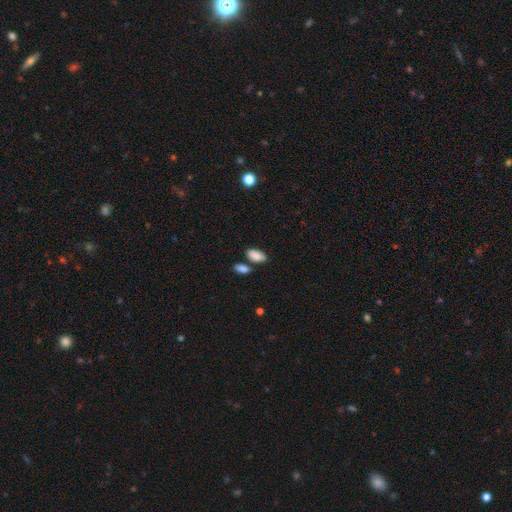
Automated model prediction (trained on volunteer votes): Q: Smooth or featured?
A: smooth (87%); runner-up: star or artifact (7%)
Q: How rounded?
A: in between (93%); runner-up: cigar-shaped (4%)
Q: Merging?
A: none (68%); runner-up: merger (17%)